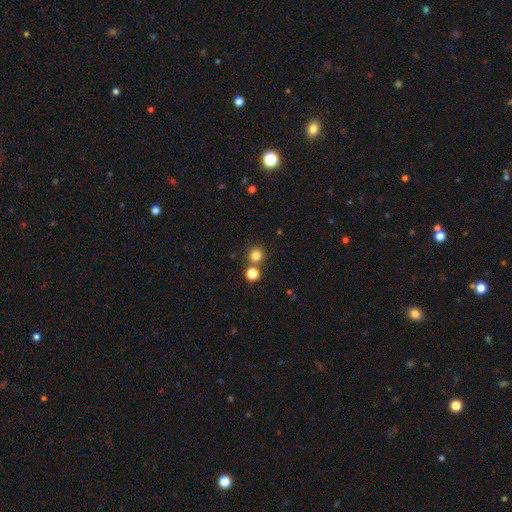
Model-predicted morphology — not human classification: A smooth galaxy with no disk features (79%) that is round (93%). Merging: none (74%).